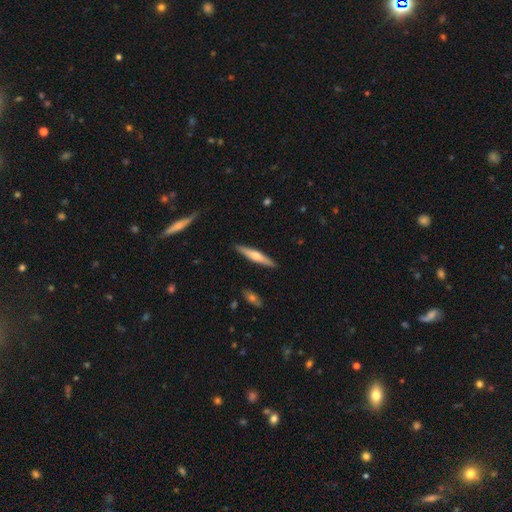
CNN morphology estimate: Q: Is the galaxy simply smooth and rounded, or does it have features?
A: featured or disk — 48%.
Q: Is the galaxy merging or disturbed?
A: none — 90%.